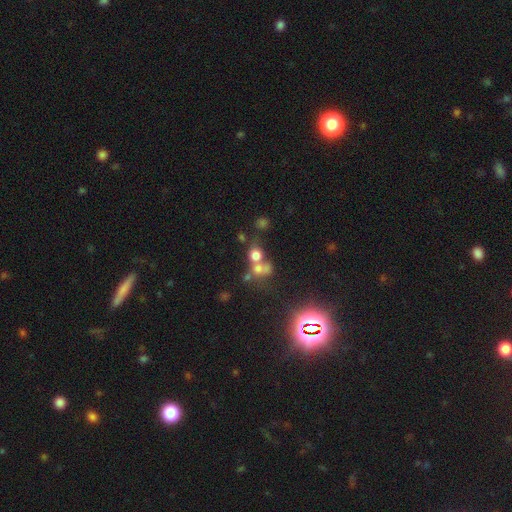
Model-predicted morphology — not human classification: type=smooth (64%); roundness=round (75%); merging=merger (49%).